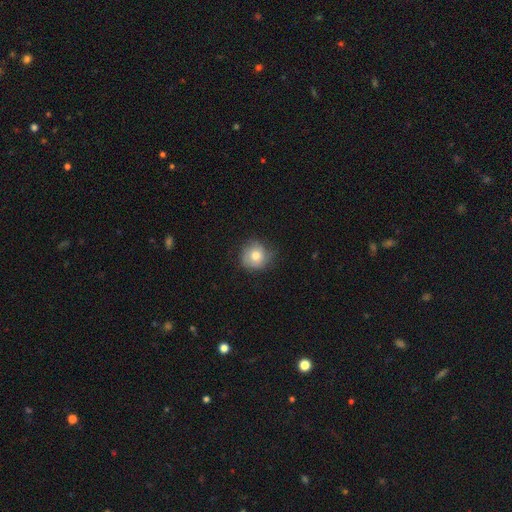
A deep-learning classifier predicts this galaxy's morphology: Q: Smooth or featured?
A: smooth (70%); runner-up: featured or disk (21%)
Q: How rounded?
A: round (88%); runner-up: in between (11%)
Q: Merging?
A: none (65%); runner-up: minor disturbance (26%)